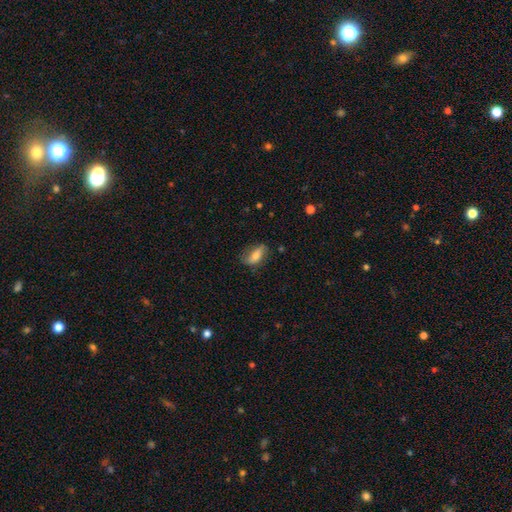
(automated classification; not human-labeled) A smooth galaxy with no disk features (63%) that is in between round and cigar-shaped (80%).

Vote fractions:
- Smooth or featured? smooth: 63% / featured or disk: 29% / star or artifact: 8%
- How rounded? in between: 80% / cigar-shaped: 14% / round: 5%
- Merging? none: 68% / minor disturbance: 23% / major disturbance: 7% / merger: 2%